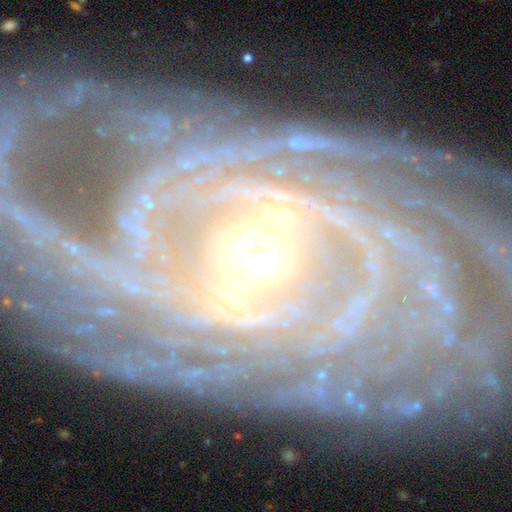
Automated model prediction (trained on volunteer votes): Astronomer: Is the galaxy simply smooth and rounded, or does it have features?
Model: featured or disk — 91%.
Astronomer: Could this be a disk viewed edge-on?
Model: no — 94%.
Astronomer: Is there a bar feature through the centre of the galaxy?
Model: strong — 40% (runner-up: weak, 34%).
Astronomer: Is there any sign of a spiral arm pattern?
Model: yes — 94%.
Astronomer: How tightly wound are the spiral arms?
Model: tight — 69%.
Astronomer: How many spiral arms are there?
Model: can't tell — 27% (runner-up: 2, 21%).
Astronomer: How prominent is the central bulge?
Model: moderate — 50% (runner-up: small, 42%).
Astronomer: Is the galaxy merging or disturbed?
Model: none — 71%.